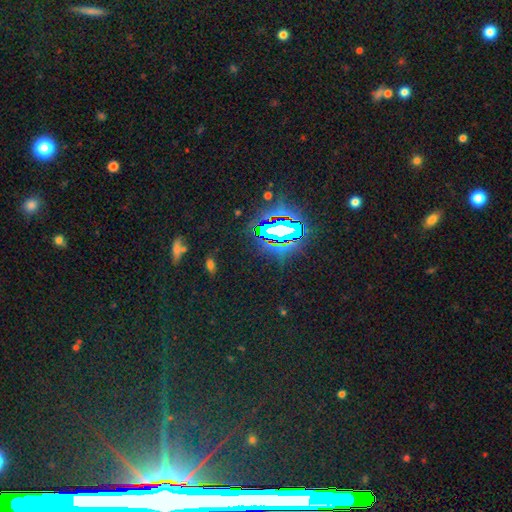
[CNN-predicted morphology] Smooth or featured?
  - star or artifact: 79% *
  - smooth: 13%
  - featured or disk: 8%